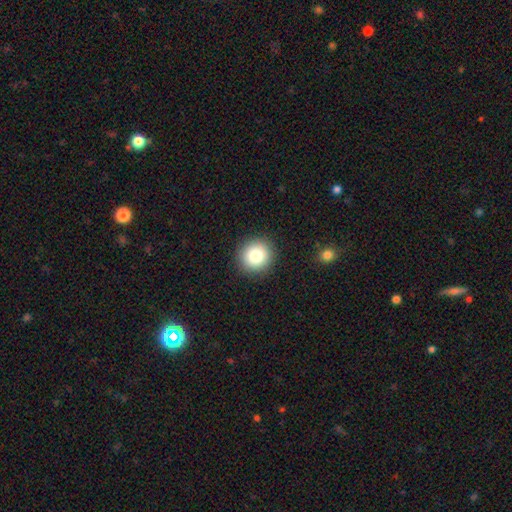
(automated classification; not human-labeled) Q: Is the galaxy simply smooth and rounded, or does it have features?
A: smooth — 81%.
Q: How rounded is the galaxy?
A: round — 93%.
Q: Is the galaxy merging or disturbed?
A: none — 91%.